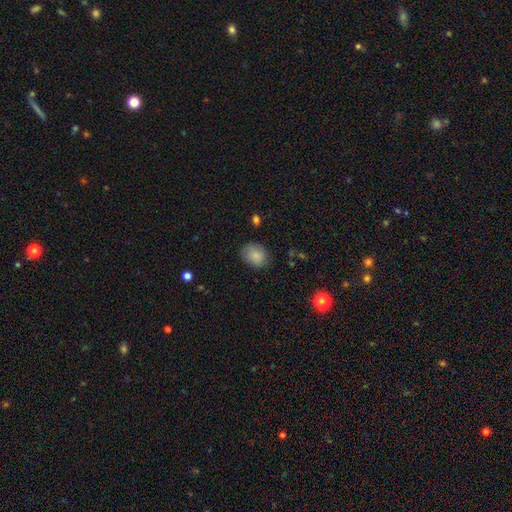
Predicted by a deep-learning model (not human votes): smooth 85%, star or artifact 8%, featured or disk 6%. Down the decision tree: how rounded — in between (54%); merging — none (73%).